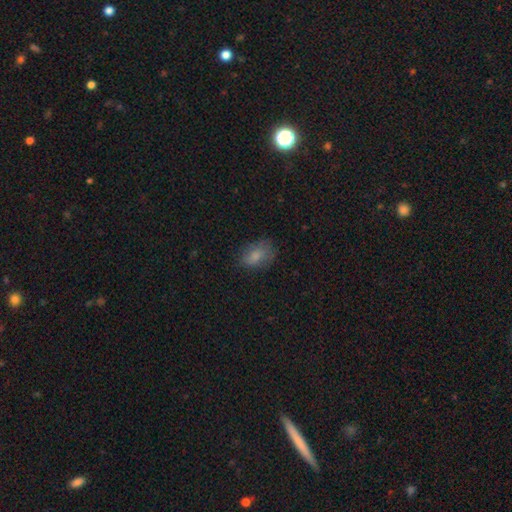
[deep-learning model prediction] A smooth galaxy with no disk features (78%) that is in between round and cigar-shaped (84%). Merging: none (64%).